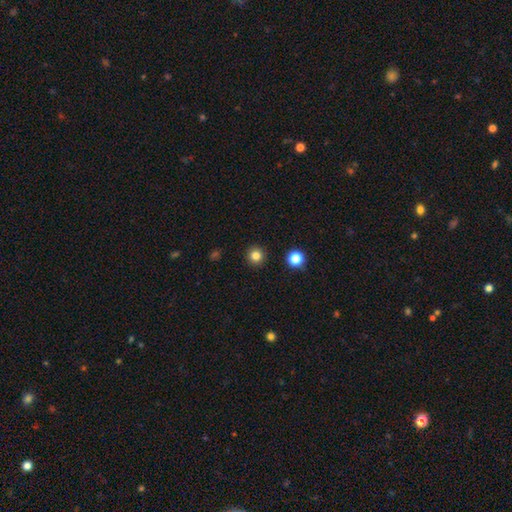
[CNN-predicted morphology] smooth_or_featured: smooth (p=0.83) [alt: star or artifact p=0.13]
how_rounded: round (p=0.95) [alt: in between p=0.04]
merging: none (p=0.93) [alt: minor disturbance p=0.04]